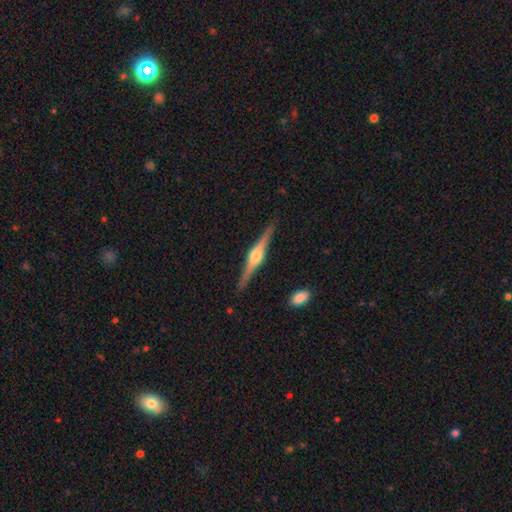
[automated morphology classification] This appears to be a featured or disk galaxy (84%) viewed edge-on (98%) with a rounded central bulge (87%). Merging: none (90%).